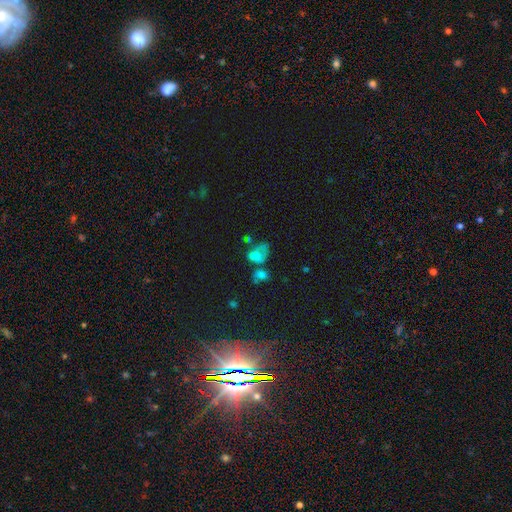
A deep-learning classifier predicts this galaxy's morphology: smooth 54%, featured or disk 24%, star or artifact 22%. Down the decision tree: how rounded — in between (73%); merging — merger (36%).